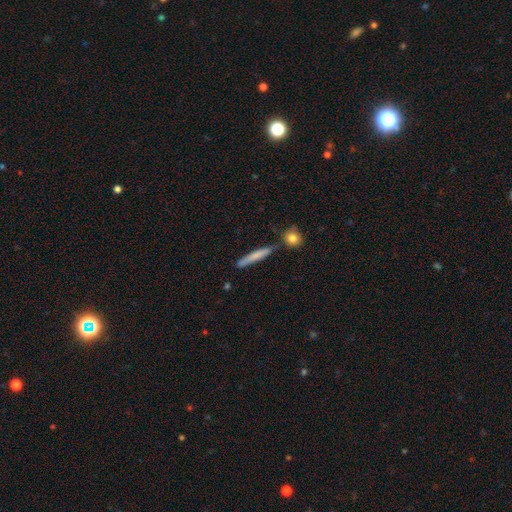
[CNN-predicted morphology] smooth_or_featured: smooth (p=0.71) [alt: featured or disk p=0.23]
how_rounded: cigar-shaped (p=0.93) [alt: in between p=0.05]
merging: none (p=0.78) [alt: minor disturbance p=0.13]